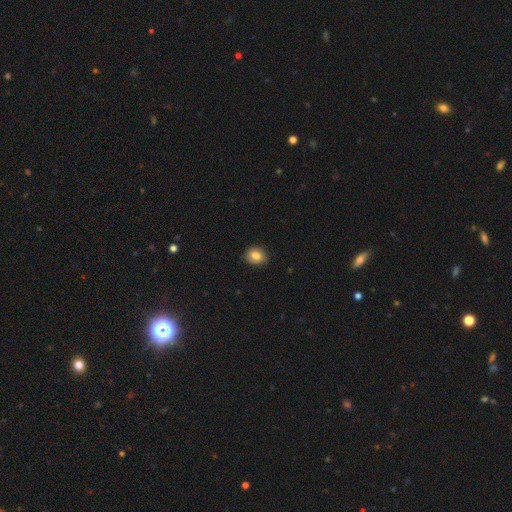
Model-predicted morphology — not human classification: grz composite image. It shows a smooth galaxy with no disk features (82%) that is round (51%). Merging: none (82%).